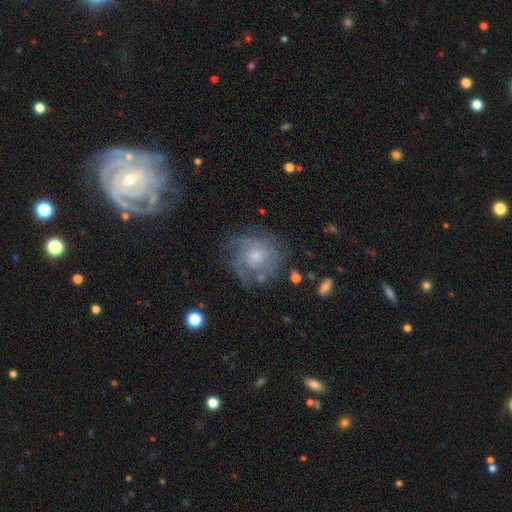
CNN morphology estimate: This is likely a featured or disk galaxy (64%). It is clearly not viewed edge-on (97%). Bar: likely no (80%). Spiral arm pattern: likely yes (78%). Central bulge: possibly small (51%). Merging: likely none (61%).